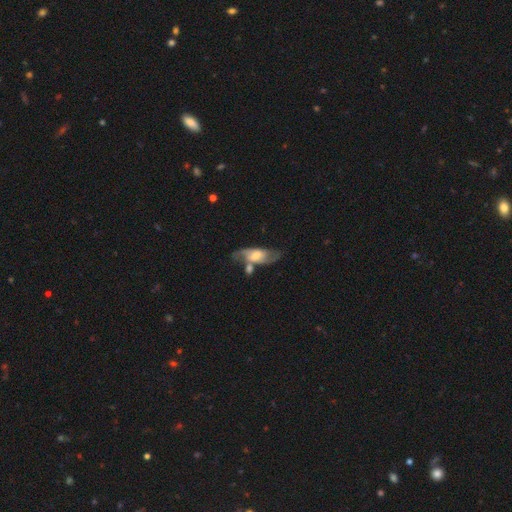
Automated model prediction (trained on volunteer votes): A featured or disk galaxy (65%) with no bar (44%), spiral arms (84%) and a moderate central bulge (43%). Merging: none (47%).